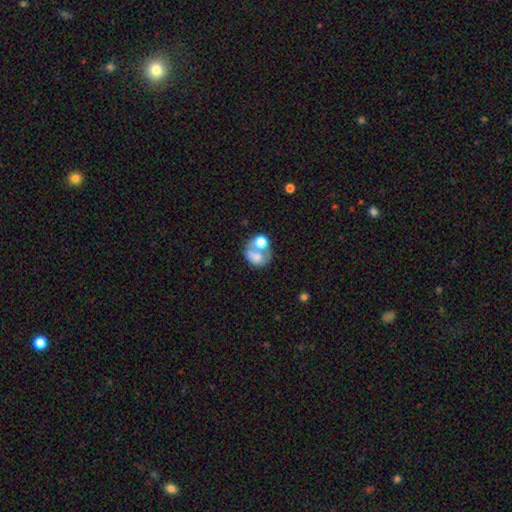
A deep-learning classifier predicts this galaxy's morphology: This is possibly a smooth galaxy (58%). How rounded: possibly round (50%). Merging: possibly merger (48%).